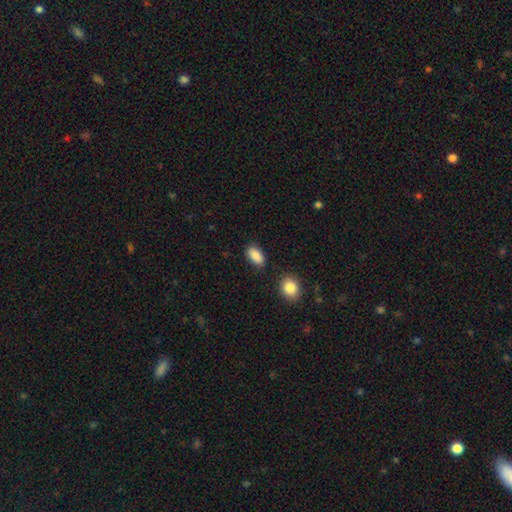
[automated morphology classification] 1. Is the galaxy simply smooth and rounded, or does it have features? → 88% smooth, 7% star or artifact, 4% featured or disk.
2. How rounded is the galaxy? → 91% in between, 5% round, 4% cigar-shaped.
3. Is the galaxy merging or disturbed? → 83% none, 11% minor disturbance, 3% merger, 3% major disturbance.